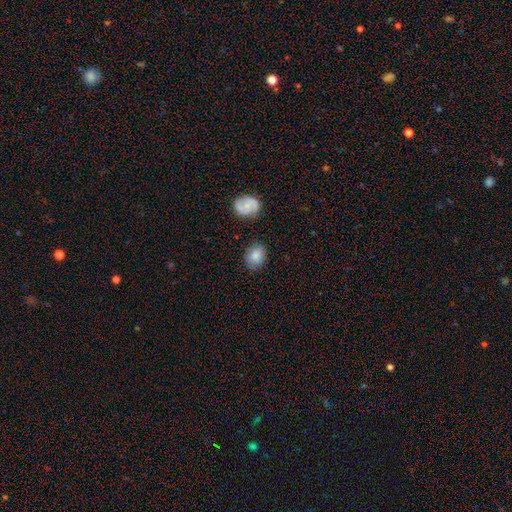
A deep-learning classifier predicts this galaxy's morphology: smooth-or-featured: smooth: 83% | featured or disk: 9% | star or artifact: 8%
  how-rounded: round: 52% | in between: 47% | cigar-shaped: 1%
  merging: none: 77% | minor disturbance: 16% | merger: 4% | major disturbance: 4%